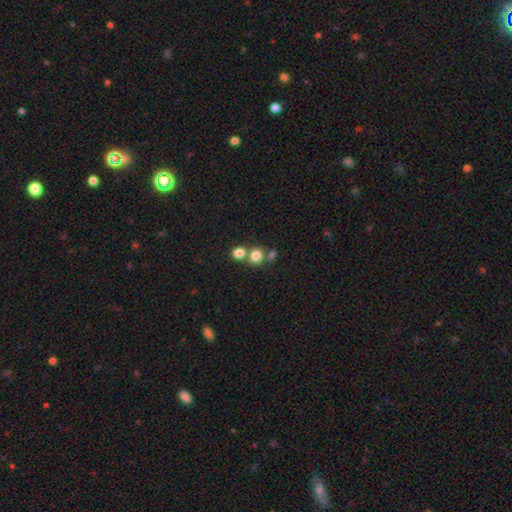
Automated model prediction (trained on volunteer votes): A smooth galaxy with no disk features (79%) that is round (78%). Merging: none (50%).